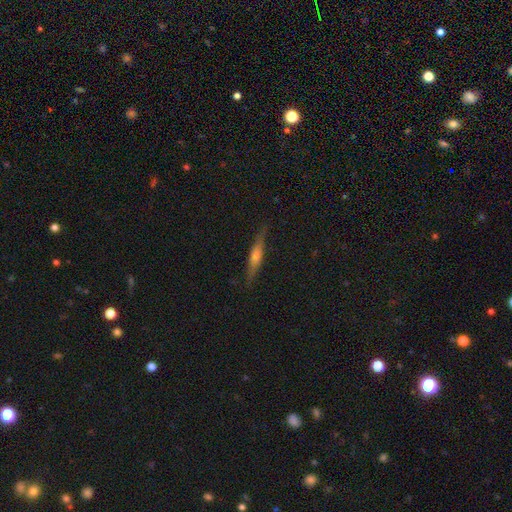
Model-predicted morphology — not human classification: Smooth or featured?
  - featured or disk: 62% *
  - smooth: 31%
  - star or artifact: 7%
Edge-on disk?
  - yes: 96% *
  - no: 4%
Edge-on bulge?
  - rounded: 68% *
  - boxy: 20%
  - none: 12%
Merging?
  - none: 85% *
  - minor disturbance: 11%
  - major disturbance: 2%
  - merger: 1%